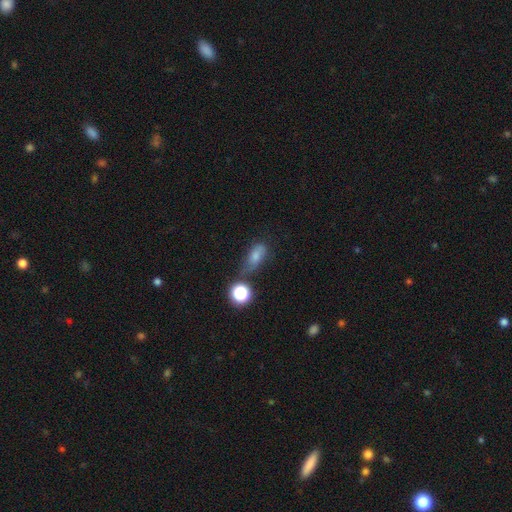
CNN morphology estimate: Smooth or featured?
  - smooth: 58% *
  - featured or disk: 22%
  - star or artifact: 20%
How rounded?
  - in between: 73% *
  - round: 17%
  - cigar-shaped: 10%
Merging?
  - none: 53% *
  - minor disturbance: 27%
  - major disturbance: 12%
  - merger: 9%